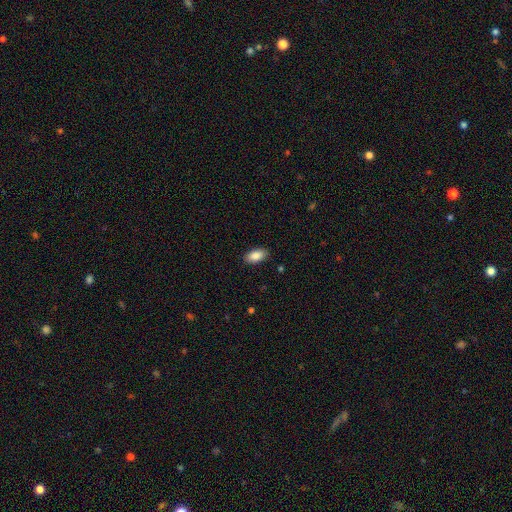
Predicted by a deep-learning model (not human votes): A smooth galaxy with no disk features (88%) that is in between round and cigar-shaped (93%).

Vote fractions:
- Smooth or featured? smooth: 88% / star or artifact: 7% / featured or disk: 5%
- How rounded? in between: 93% / cigar-shaped: 4% / round: 3%
- Merging? none: 88% / minor disturbance: 9% / major disturbance: 2% / merger: 1%